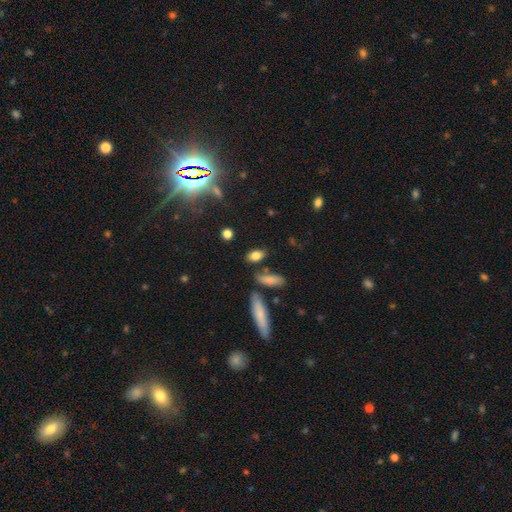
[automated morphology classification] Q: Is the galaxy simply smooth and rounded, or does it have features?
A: smooth — 80%.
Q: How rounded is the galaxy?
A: in between — 83%.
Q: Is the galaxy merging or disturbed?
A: none — 75%.